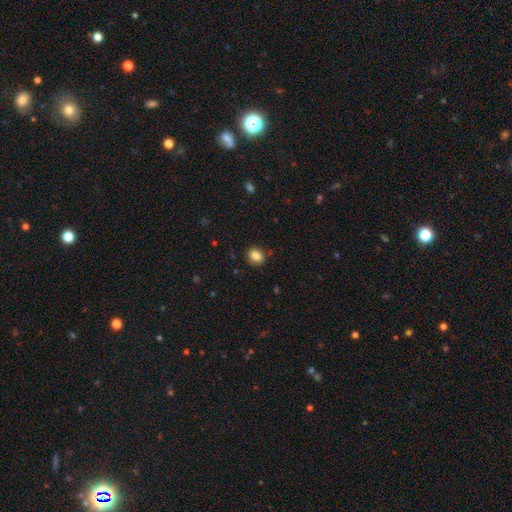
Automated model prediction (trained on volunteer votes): The model was most divided on "how rounded": in between: 50%, round: 49%, cigar-shaped: 1%. More confident: merging — none (87%); smooth or featured — smooth (84%).